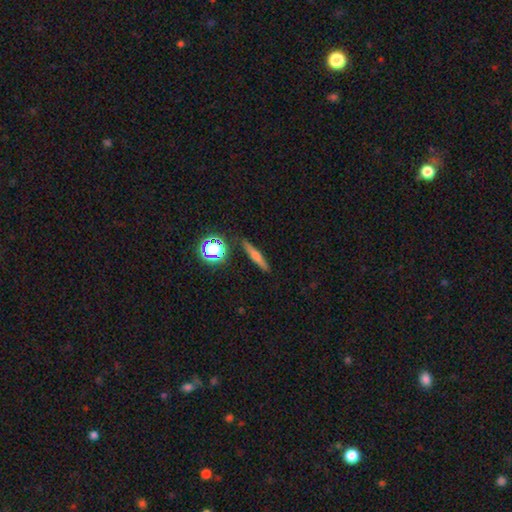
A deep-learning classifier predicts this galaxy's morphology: Overall: smooth (55%; featured or disk 32%). How rounded: cigar-shaped (84%). Merging: none (87%).